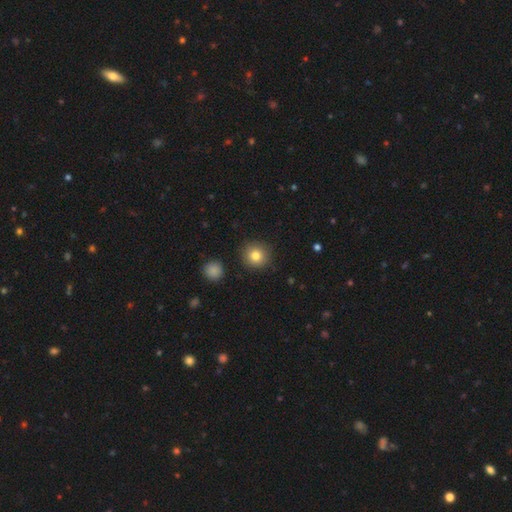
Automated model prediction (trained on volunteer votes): Smooth or featured?
  - smooth: 81% *
  - star or artifact: 11%
  - featured or disk: 8%
How rounded?
  - round: 93% *
  - in between: 6%
  - cigar-shaped: 1%
Merging?
  - none: 89% *
  - minor disturbance: 6%
  - major disturbance: 2%
  - merger: 2%